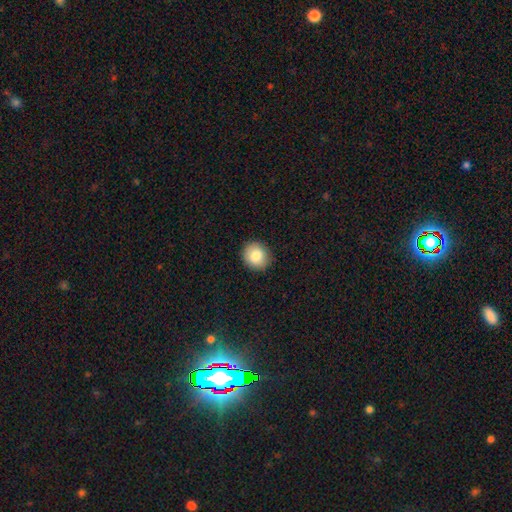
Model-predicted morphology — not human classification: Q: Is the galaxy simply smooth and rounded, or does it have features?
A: smooth — 83%.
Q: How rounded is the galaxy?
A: round — 78%.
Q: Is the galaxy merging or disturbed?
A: none — 90%.